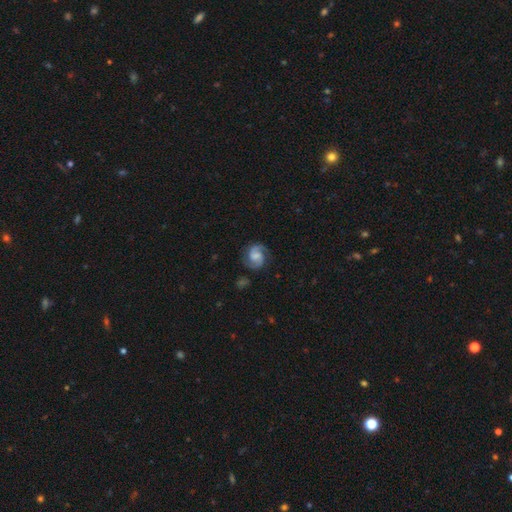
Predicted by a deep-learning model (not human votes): featured or disk 86%, smooth 8%, star or artifact 5%. Down the decision tree: edge-on disk — no (98%); bar — weak (47%); spiral arms — yes (98%); spiral arm count — 2 (92%); spiral winding — medium (54%); bulge size — moderate (33%); merging — none (81%).